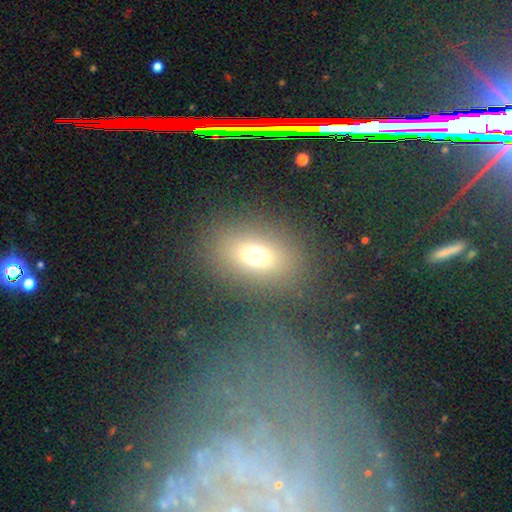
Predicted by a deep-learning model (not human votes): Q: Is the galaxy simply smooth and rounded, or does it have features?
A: smooth — 69%.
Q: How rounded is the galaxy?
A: in between — 70%.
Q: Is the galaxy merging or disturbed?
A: none — 73%.